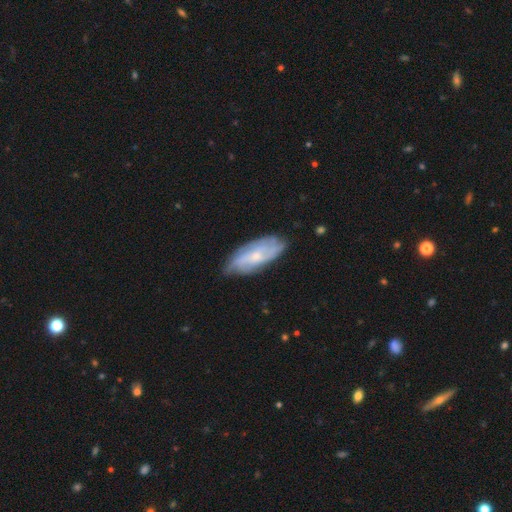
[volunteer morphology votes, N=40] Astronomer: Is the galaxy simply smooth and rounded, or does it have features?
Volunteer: featured or disk — 70%.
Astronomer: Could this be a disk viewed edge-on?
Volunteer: no — 100%.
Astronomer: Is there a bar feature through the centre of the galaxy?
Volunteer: no — 82%.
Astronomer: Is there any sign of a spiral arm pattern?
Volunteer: yes — 89%.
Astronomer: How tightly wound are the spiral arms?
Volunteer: medium — 44% (runner-up: tight, 36%).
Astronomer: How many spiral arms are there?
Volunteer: can't tell — 64%.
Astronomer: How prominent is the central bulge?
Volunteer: small — 68%.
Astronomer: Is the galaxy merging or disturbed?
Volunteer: none — 89%.